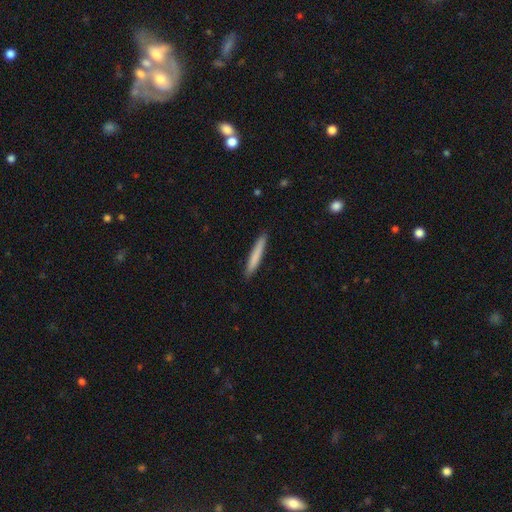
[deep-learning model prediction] Q: Smooth or featured?
A: smooth (77%); runner-up: featured or disk (17%)
Q: How rounded?
A: cigar-shaped (96%); runner-up: in between (3%)
Q: Merging?
A: none (91%); runner-up: minor disturbance (7%)